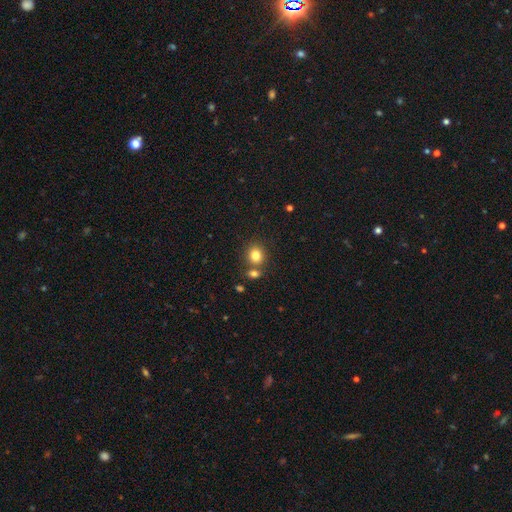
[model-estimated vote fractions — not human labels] Smooth or featured? Predicted: smooth (p=0.81). How rounded? Predicted: round (p=0.74). Merging? Predicted: none (p=0.67).